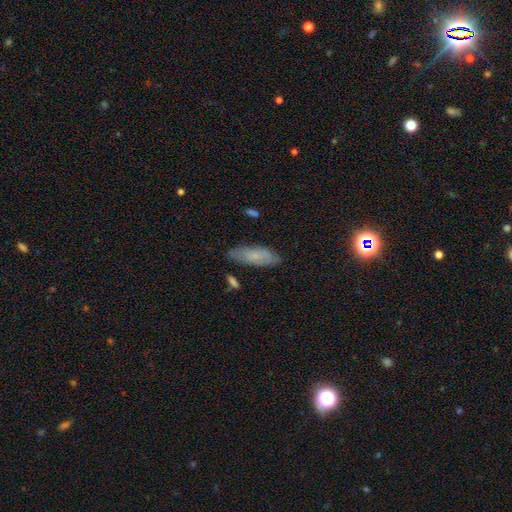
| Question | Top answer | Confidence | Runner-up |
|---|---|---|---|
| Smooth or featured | smooth | 57% | featured or disk (35%) |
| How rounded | in between | 71% | cigar-shaped (29%) |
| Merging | none | 79% | minor disturbance (21%) |